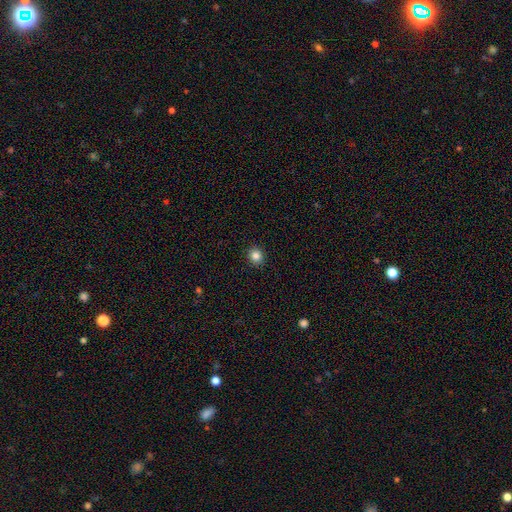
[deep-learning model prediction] Overall: smooth (85%). How rounded: round (82%). Merging: none (92%).